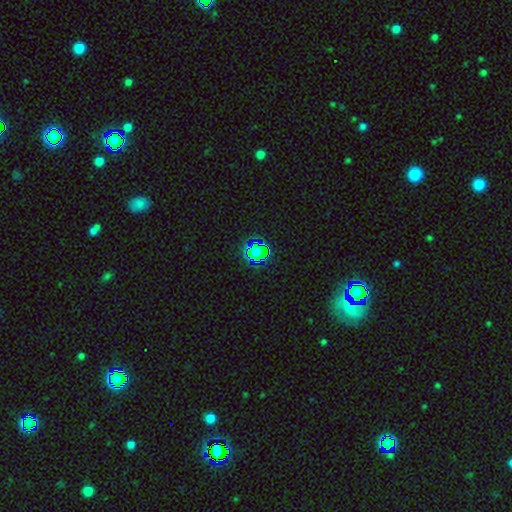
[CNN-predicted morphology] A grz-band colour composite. It shows a star or artifact, not a galaxy (55%).